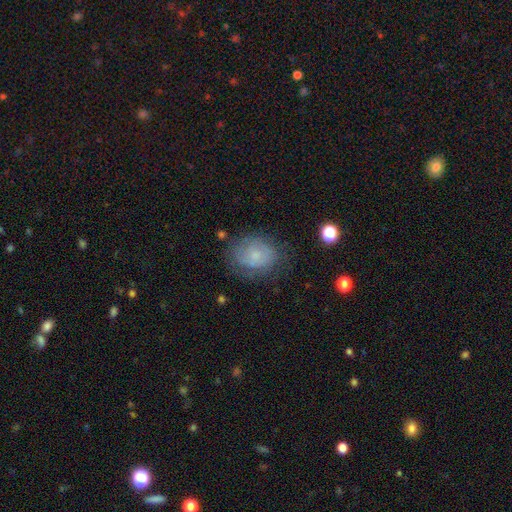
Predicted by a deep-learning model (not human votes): A smooth galaxy with no disk features (52%) that is in between round and cigar-shaped (50%).

Vote fractions:
- Smooth or featured? smooth: 52% / featured or disk: 37% / star or artifact: 10%
- How rounded? in between: 50% / round: 49% / cigar-shaped: 1%
- Merging? none: 67% / minor disturbance: 21% / major disturbance: 10% / merger: 2%